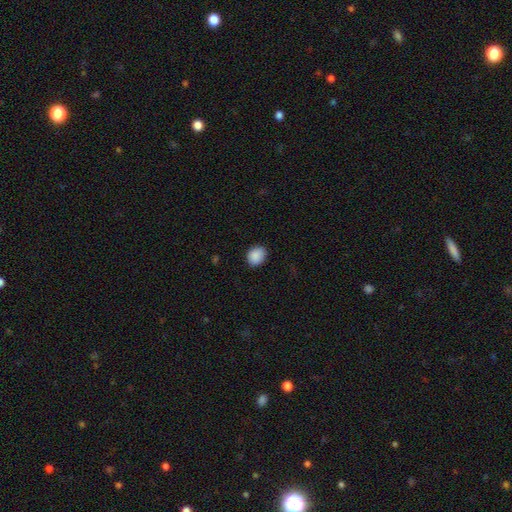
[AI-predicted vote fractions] Overall: smooth (89%). How rounded: in between (50%; round 49%). Merging: none (86%).